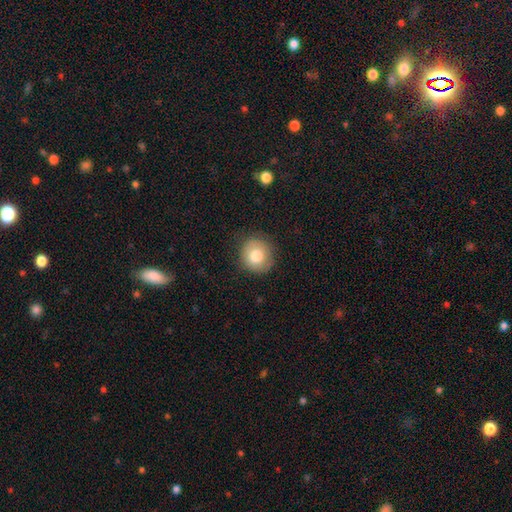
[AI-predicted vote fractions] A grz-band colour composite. It shows a smooth galaxy with no disk features (80%) that is round (90%). Merging: none (85%).